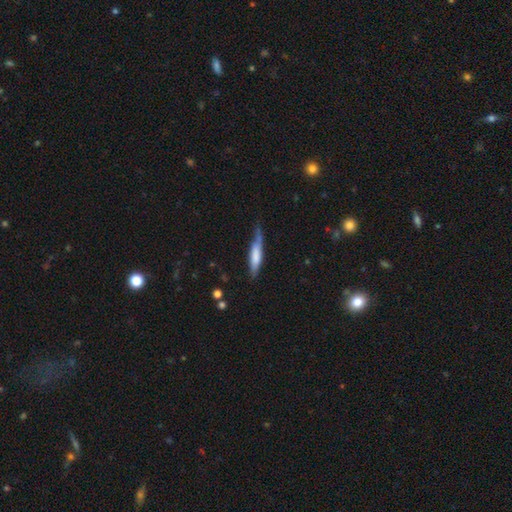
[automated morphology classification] Q: Smooth or featured?
A: smooth (63%); runner-up: featured or disk (31%)
Q: How rounded?
A: cigar-shaped (79%); runner-up: in between (20%)
Q: Merging?
A: none (51%); runner-up: minor disturbance (35%)